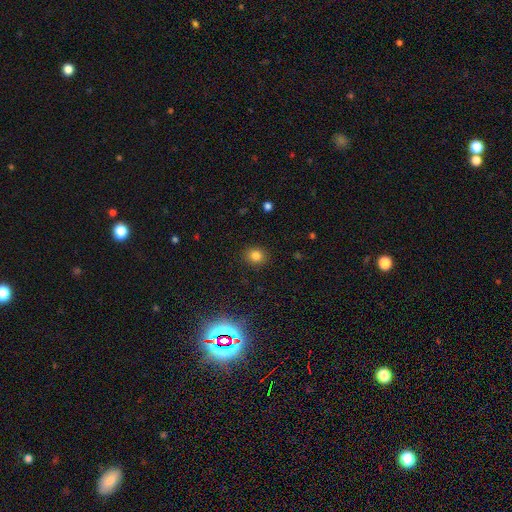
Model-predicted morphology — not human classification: type=smooth (81%); roundness=round (74%); merging=none (89%).